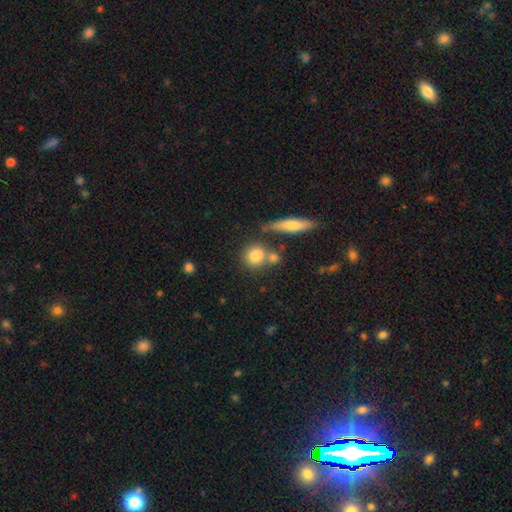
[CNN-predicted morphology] The model was most divided on "merging": none: 62%, merger: 23%, minor disturbance: 11%, major disturbance: 4%. More confident: smooth or featured — smooth (81%); how rounded — round (75%).